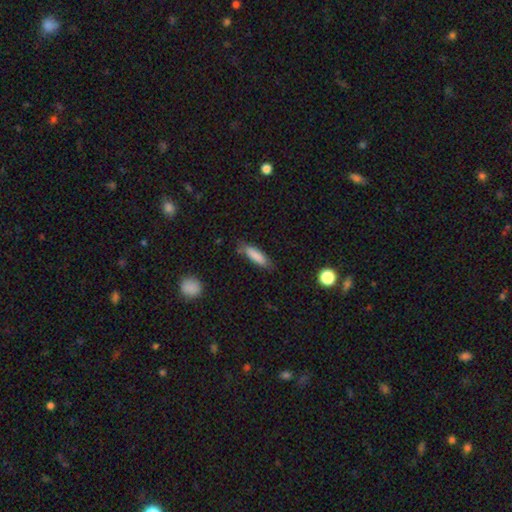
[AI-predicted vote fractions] smooth_or_featured: smooth (p=0.84) [alt: featured or disk p=0.10]
how_rounded: cigar-shaped (p=0.64) [alt: in between p=0.35]
merging: none (p=0.77) [alt: minor disturbance p=0.17]